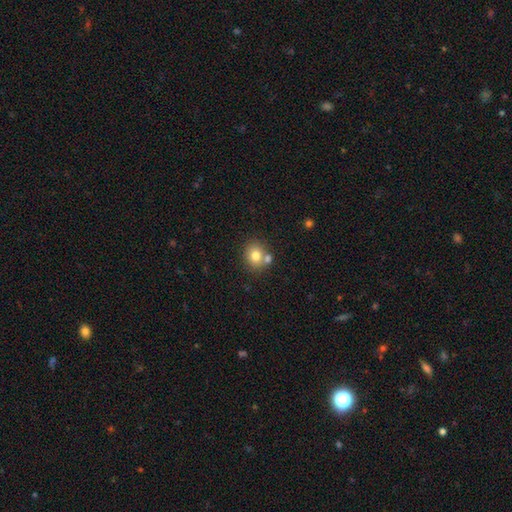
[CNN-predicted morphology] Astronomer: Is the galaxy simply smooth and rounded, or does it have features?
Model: smooth — 77%.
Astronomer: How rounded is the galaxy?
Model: round — 74%.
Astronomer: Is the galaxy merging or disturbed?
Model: none — 62%.